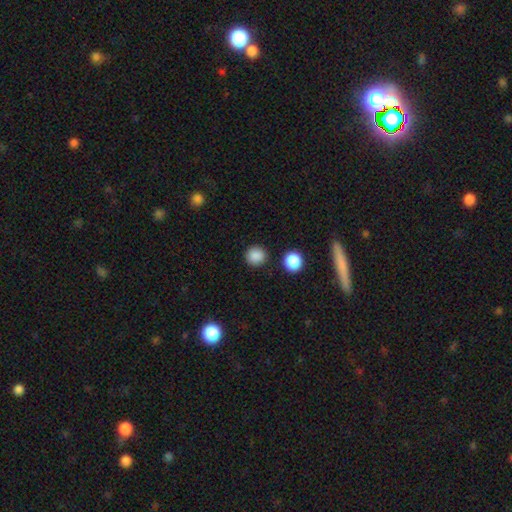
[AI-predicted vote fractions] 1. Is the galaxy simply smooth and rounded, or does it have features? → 86% smooth, 11% star or artifact, 3% featured or disk.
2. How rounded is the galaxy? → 92% round, 7% in between, 1% cigar-shaped.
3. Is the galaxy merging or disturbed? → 89% none, 6% minor disturbance, 2% merger, 2% major disturbance.